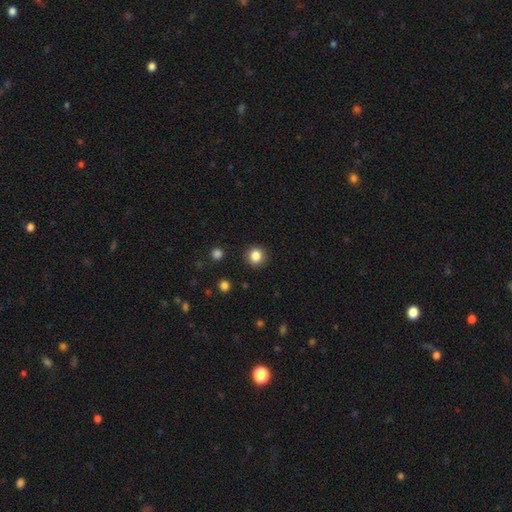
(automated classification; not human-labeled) Smooth or featured? Predicted: smooth (p=0.85). How rounded? Predicted: round (p=0.88). Merging? Predicted: none (p=0.90).